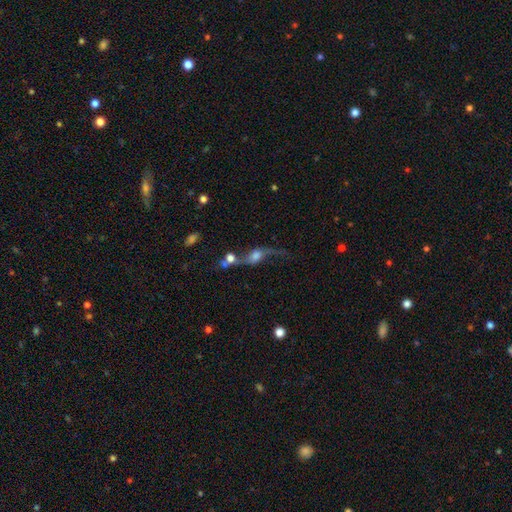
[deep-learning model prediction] Q: Smooth or featured?
A: featured or disk (68%); runner-up: smooth (21%)
Q: Edge-on disk?
A: no (81%); runner-up: yes (19%)
Q: Bar?
A: no (62%); runner-up: weak (29%)
Q: Spiral arms?
A: yes (83%); runner-up: no (17%)
Q: Bulge size?
A: moderate (37%); runner-up: large (30%)
Q: Merging?
A: merger (40%); runner-up: none (32%)